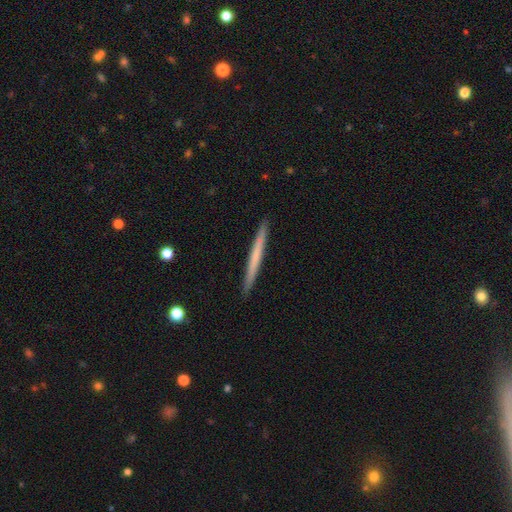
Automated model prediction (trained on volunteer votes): smooth_or_featured: smooth (p=0.56) [alt: featured or disk p=0.39]
how_rounded: cigar-shaped (p=0.97) [alt: in between p=0.02]
merging: none (p=0.92) [alt: minor disturbance p=0.06]